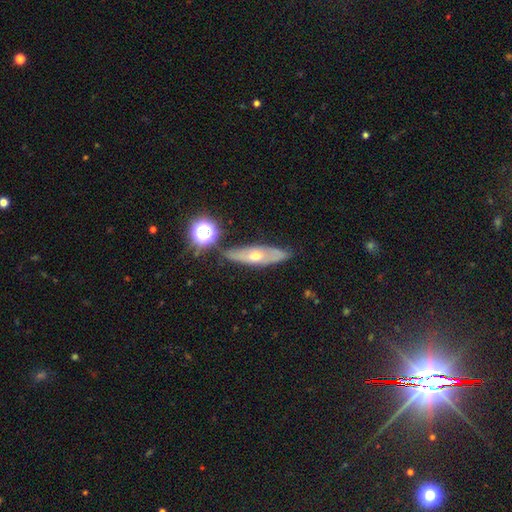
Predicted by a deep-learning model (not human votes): This is possibly a featured or disk galaxy (55%). It is possibly not viewed edge-on (50%, tied with yes). Merging: likely none (77%).